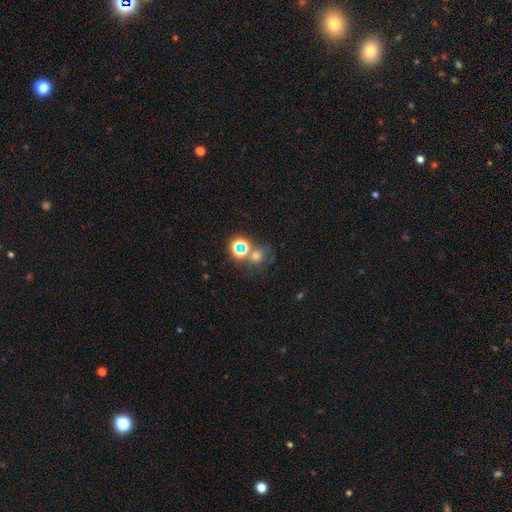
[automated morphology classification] Smooth or featured: smooth — 44% (star or artifact — 42%)
Merging: none — 55% (merger — 26%)